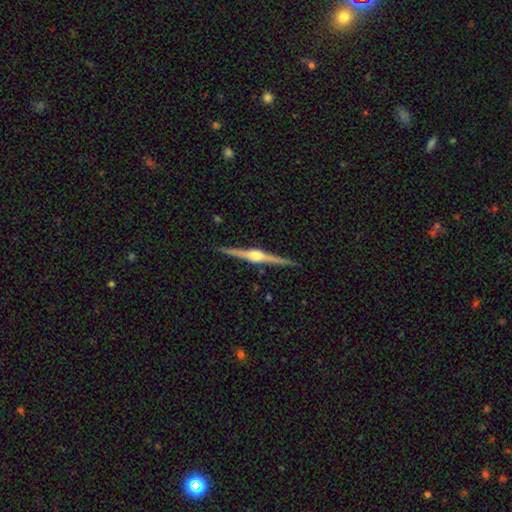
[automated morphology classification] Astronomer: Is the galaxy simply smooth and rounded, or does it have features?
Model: featured or disk — 87%.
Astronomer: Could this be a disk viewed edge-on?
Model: yes — 99%.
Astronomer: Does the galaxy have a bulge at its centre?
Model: rounded — 93%.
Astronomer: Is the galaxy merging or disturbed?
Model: none — 92%.